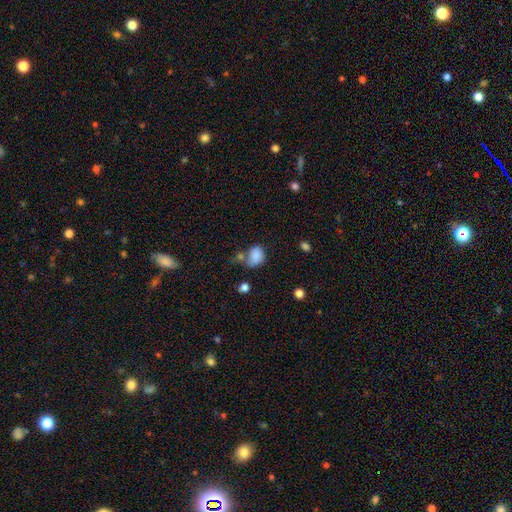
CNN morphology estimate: Overall: smooth (83%). How rounded: in between (63%; round 35%). Merging: none (42%; minor disturbance 25%).